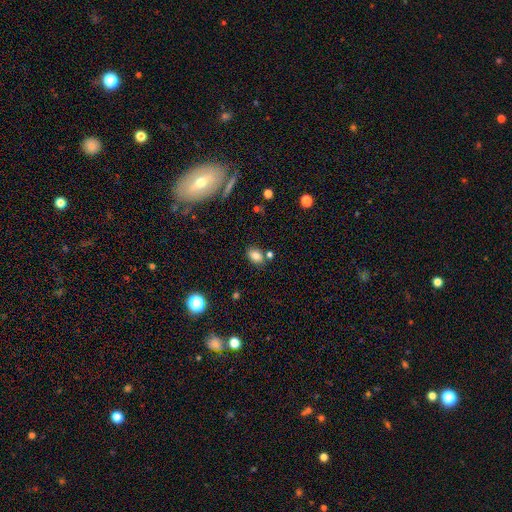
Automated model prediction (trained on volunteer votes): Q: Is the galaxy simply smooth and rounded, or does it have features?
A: smooth — 82%.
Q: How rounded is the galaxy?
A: in between — 76%.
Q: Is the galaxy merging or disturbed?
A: none — 75%.